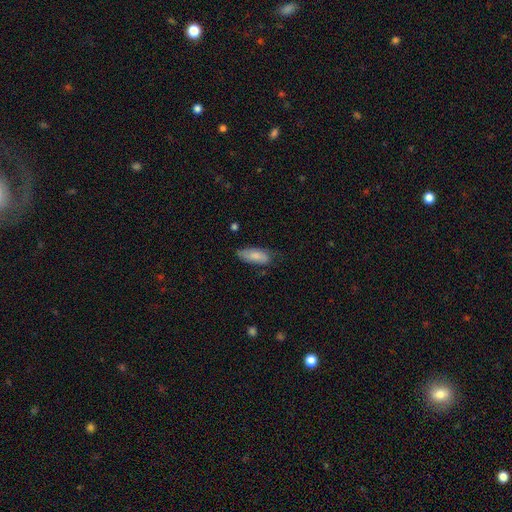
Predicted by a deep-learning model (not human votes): A smooth galaxy with no disk features (76%) that is in between round and cigar-shaped (81%).

Vote fractions:
- Smooth or featured? smooth: 76% / featured or disk: 18% / star or artifact: 6%
- How rounded? in between: 81% / cigar-shaped: 18% / round: 2%
- Merging? none: 59% / minor disturbance: 31% / major disturbance: 8% / merger: 2%